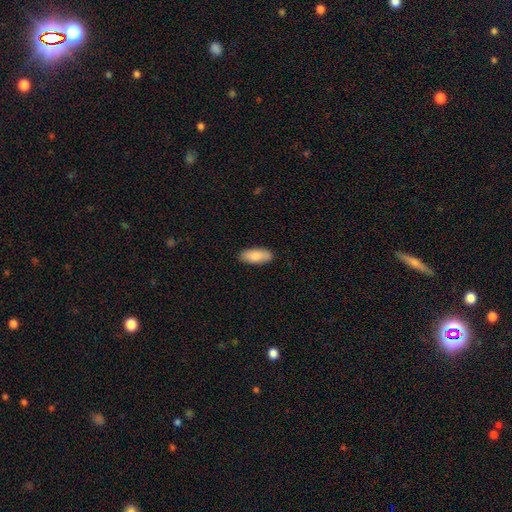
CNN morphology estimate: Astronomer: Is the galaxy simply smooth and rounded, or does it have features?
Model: smooth — 87%.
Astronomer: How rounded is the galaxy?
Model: in between — 85%.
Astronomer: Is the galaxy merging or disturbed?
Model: none — 88%.